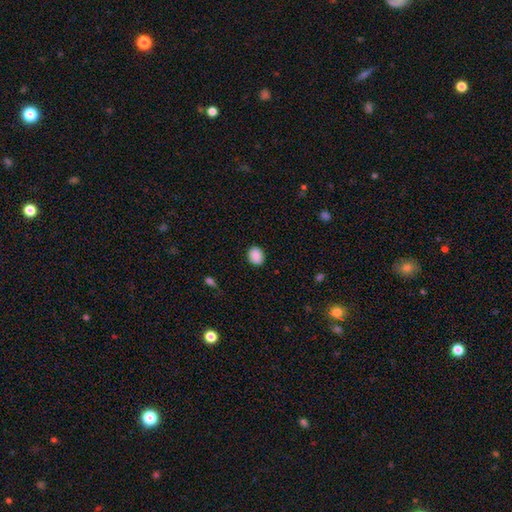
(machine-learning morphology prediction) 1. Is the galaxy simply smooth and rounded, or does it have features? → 90% smooth, 8% star or artifact, 3% featured or disk.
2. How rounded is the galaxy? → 53% in between, 46% round, 1% cigar-shaped.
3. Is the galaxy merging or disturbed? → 87% none, 10% minor disturbance, 3% major disturbance, 1% merger.